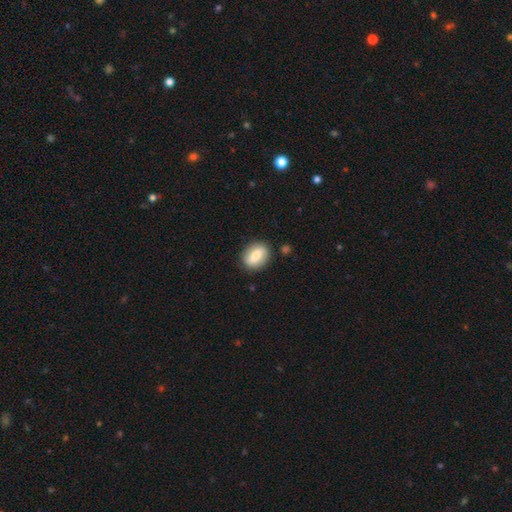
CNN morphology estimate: smooth_or_featured: smooth (p=0.70) [alt: featured or disk p=0.24]
how_rounded: in between (p=0.63) [alt: round p=0.34]
merging: none (p=0.86) [alt: minor disturbance p=0.10]